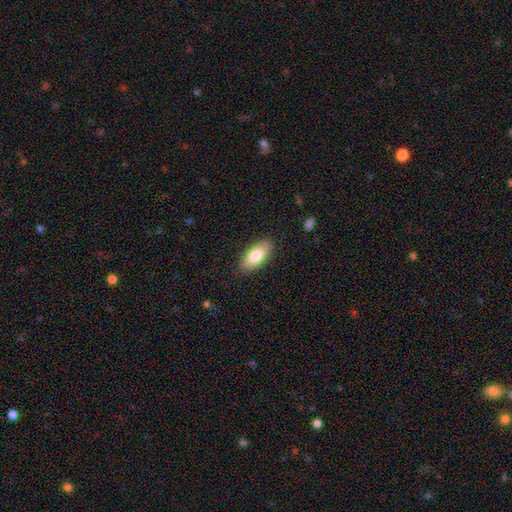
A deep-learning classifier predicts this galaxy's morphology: smooth 79%, featured or disk 15%, star or artifact 6%. Down the decision tree: how rounded — in between (85%); merging — none (86%).